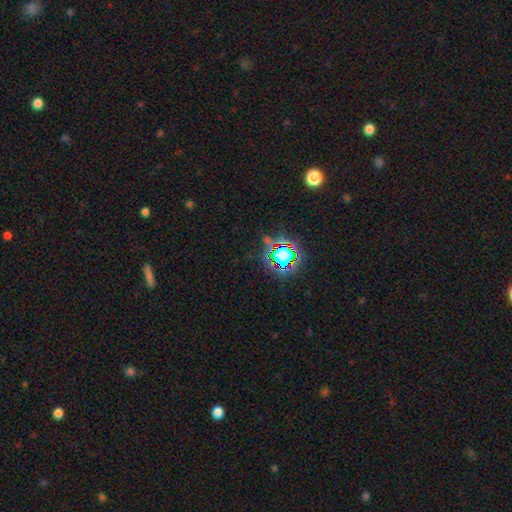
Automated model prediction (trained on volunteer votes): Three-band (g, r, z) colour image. It shows a star or artifact, not a galaxy (76%).